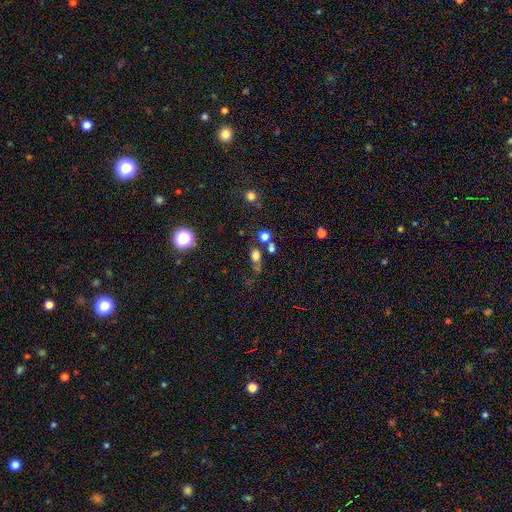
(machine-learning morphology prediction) Smooth or featured?
  - smooth: 73% *
  - star or artifact: 16%
  - featured or disk: 11%
How rounded?
  - in between: 52% *
  - round: 44%
  - cigar-shaped: 3%
Merging?
  - none: 46% *
  - merger: 22%
  - minor disturbance: 18%
  - major disturbance: 14%